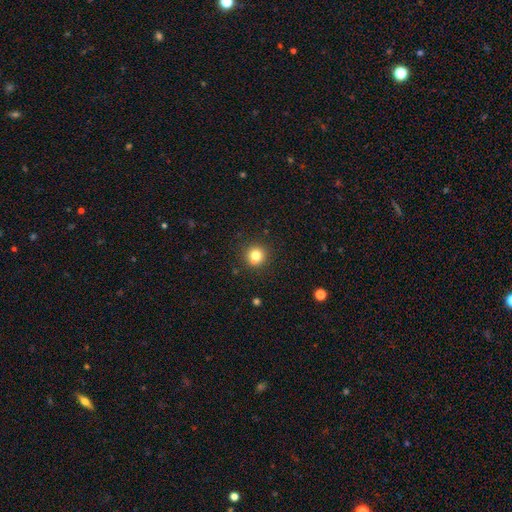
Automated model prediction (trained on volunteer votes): smooth_or_featured: smooth (p=0.80) [alt: star or artifact p=0.13]
how_rounded: round (p=0.93) [alt: in between p=0.06]
merging: none (p=0.86) [alt: minor disturbance p=0.08]